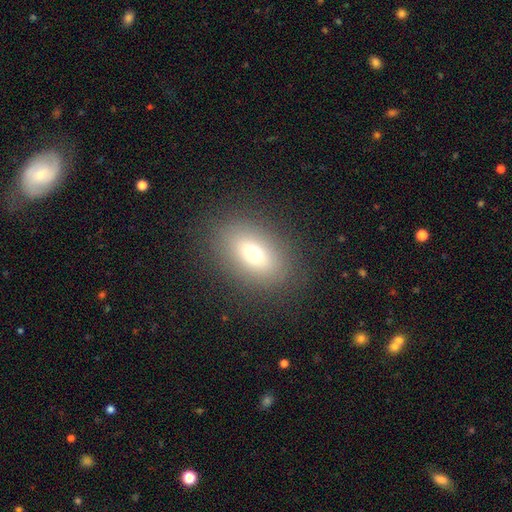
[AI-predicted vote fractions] Overall: smooth (69%). How rounded: in between (78%). Merging: none (85%).